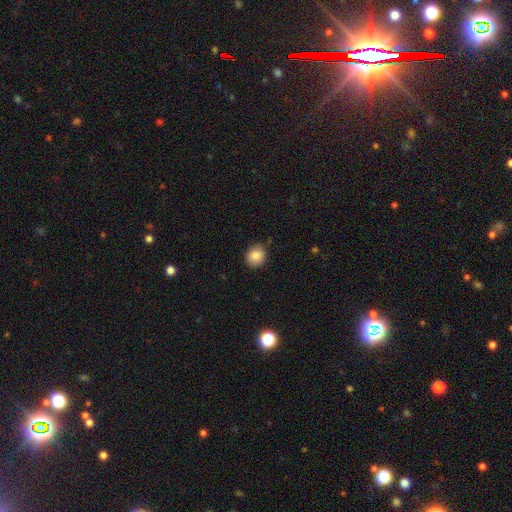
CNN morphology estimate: The model was most divided on "how rounded": round: 79%, in between: 20%, cigar-shaped: 1%. More confident: smooth or featured — smooth (85%); merging — none (84%).